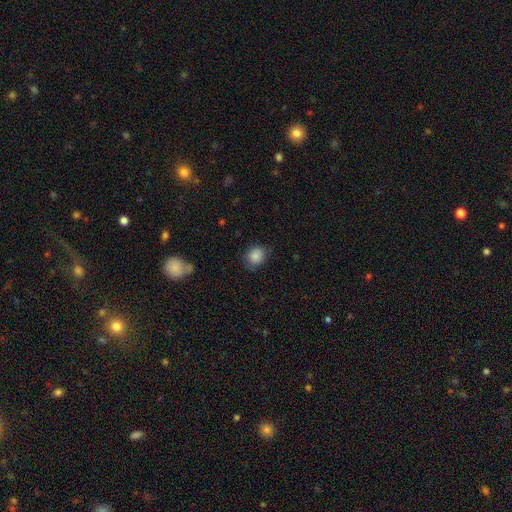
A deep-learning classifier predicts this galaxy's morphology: Overall: smooth (86%). How rounded: round (66%; in between 33%). Merging: none (78%).